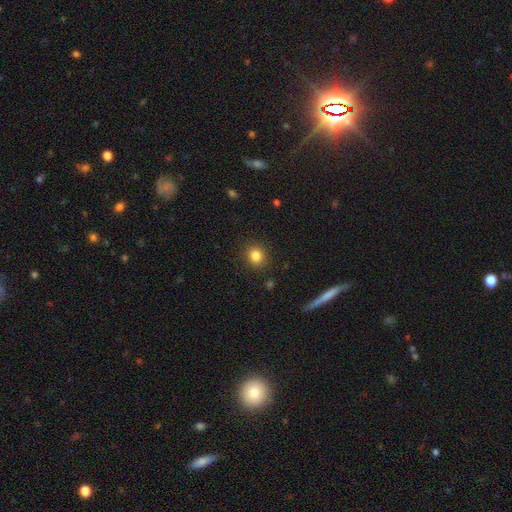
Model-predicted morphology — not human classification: A smooth galaxy with no disk features (83%) that is round (84%).

Vote fractions:
- Smooth or featured? smooth: 83% / star or artifact: 11% / featured or disk: 5%
- How rounded? round: 84% / in between: 15% / cigar-shaped: 1%
- Merging? none: 89% / minor disturbance: 7% / major disturbance: 2% / merger: 1%